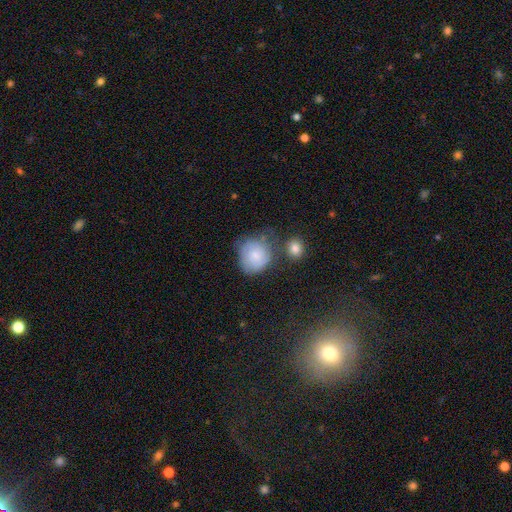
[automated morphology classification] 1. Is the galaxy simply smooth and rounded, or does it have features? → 57% smooth, 34% featured or disk, 9% star or artifact.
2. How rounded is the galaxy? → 77% round, 22% in between, 1% cigar-shaped.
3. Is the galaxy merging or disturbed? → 53% none, 24% minor disturbance, 12% merger, 11% major disturbance.